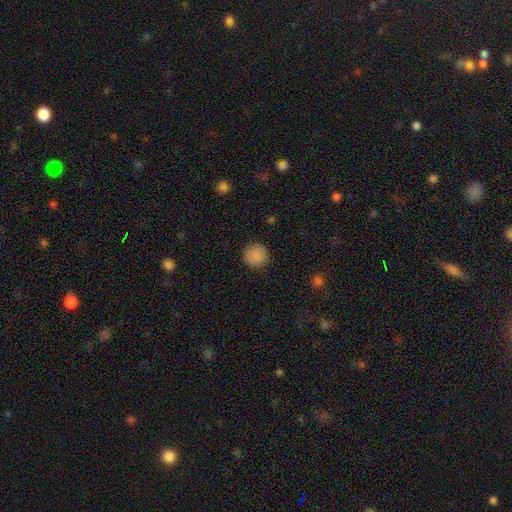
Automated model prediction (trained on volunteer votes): This appears to be a smooth galaxy with no disk features (88%) that is round (93%). Merging: none (91%).